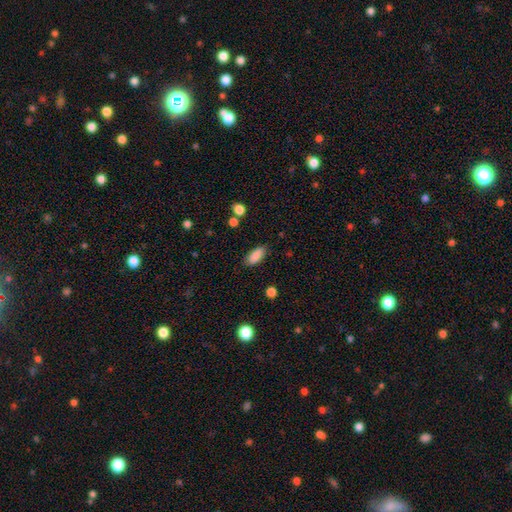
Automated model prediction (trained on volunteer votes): Smooth or featured? Predicted: smooth (p=0.88). How rounded? Predicted: in between (p=0.84). Merging? Predicted: none (p=0.86).